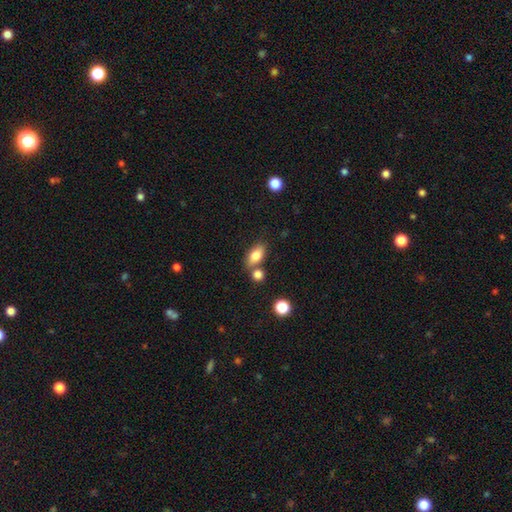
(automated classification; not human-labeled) smooth-or-featured: smooth: 79% | featured or disk: 13% | star or artifact: 8%
  how-rounded: in between: 84% | round: 9% | cigar-shaped: 7%
  merging: none: 64% | merger: 21% | minor disturbance: 12% | major disturbance: 3%